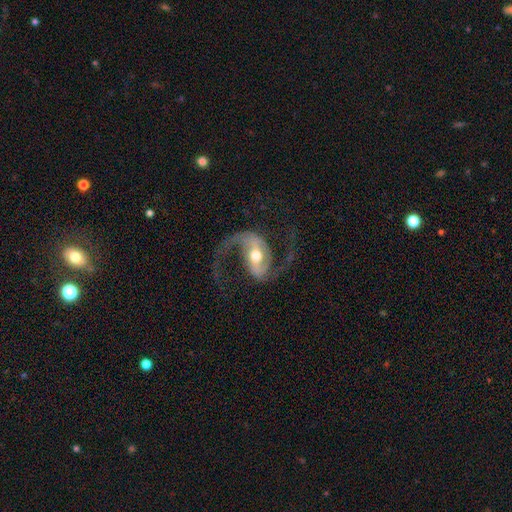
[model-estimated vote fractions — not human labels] Smooth or featured: featured or disk — 92% (smooth — 4%)
Edge-on disk: no — 97% (yes — 3%)
Bar: strong — 47% (weak — 34%)
Spiral arms: yes — 97% (no — 3%)
Spiral winding: loose — 61% (medium — 33%)
Spiral arm count: 2 — 94% (1 — 2%)
Bulge size: moderate — 73% (small — 17%)
Merging: none — 73% (major disturbance — 14%)